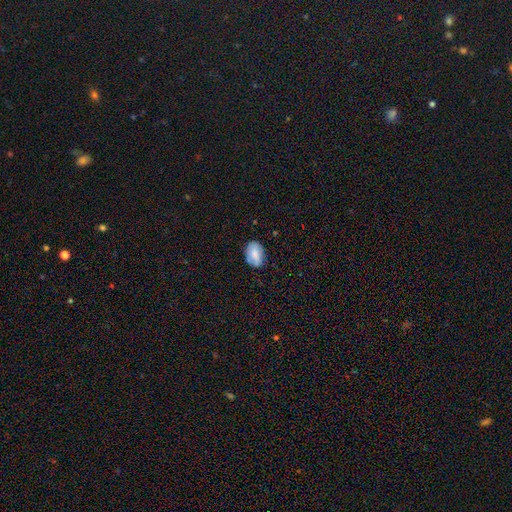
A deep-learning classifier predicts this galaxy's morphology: A smooth galaxy with no disk features (67%) that is in between round and cigar-shaped (84%).

Vote fractions:
- Smooth or featured? smooth: 67% / featured or disk: 25% / star or artifact: 9%
- How rounded? in between: 84% / round: 15% / cigar-shaped: 1%
- Merging? none: 76% / minor disturbance: 19% / major disturbance: 4% / merger: 1%